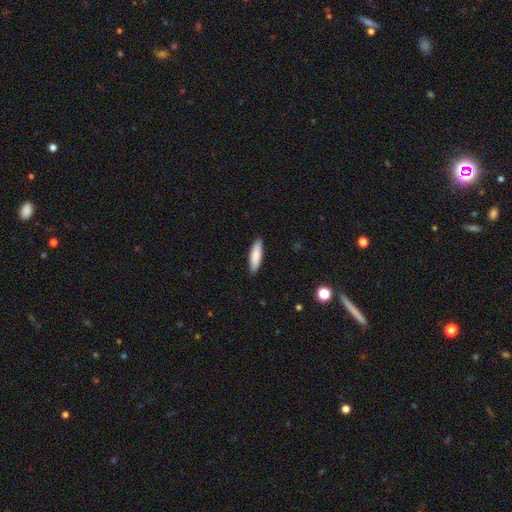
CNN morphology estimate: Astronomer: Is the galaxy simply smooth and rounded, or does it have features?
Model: smooth — 85%.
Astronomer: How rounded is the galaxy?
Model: cigar-shaped — 61% (runner-up: in between, 38%).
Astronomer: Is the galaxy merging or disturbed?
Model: none — 89%.